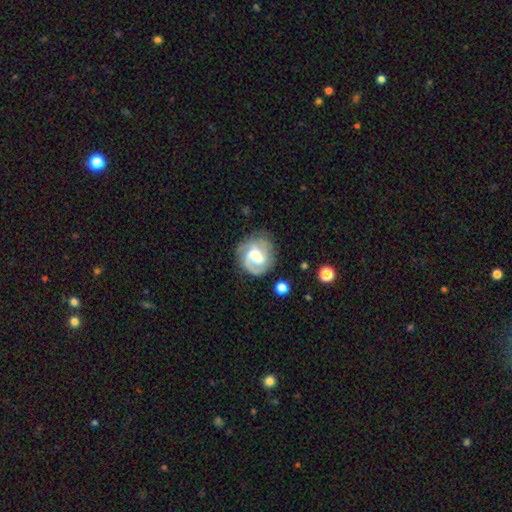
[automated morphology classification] This is likely a featured or disk galaxy (77%). It is clearly not viewed edge-on (98%). Bar: possibly weak (55%). Spiral arm pattern: clearly yes (94%). Spiral arm count: possibly 2 (49%). Spiral winding: marginally medium (44%). Central bulge: possibly moderate (54%). Merging: likely none (71%).